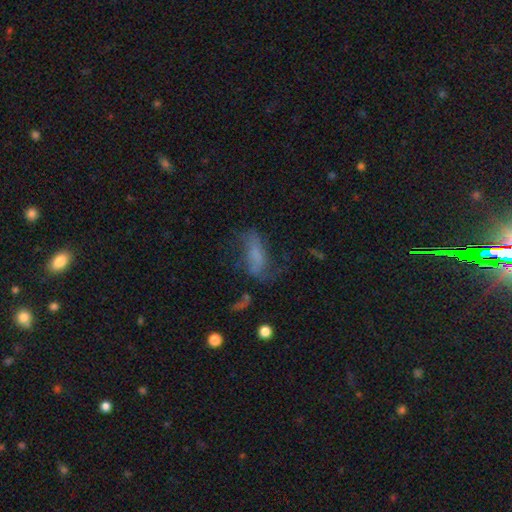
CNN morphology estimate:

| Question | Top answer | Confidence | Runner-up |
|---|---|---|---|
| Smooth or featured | smooth | 45% | featured or disk (39%) |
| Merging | none | 43% | major disturbance (30%) |